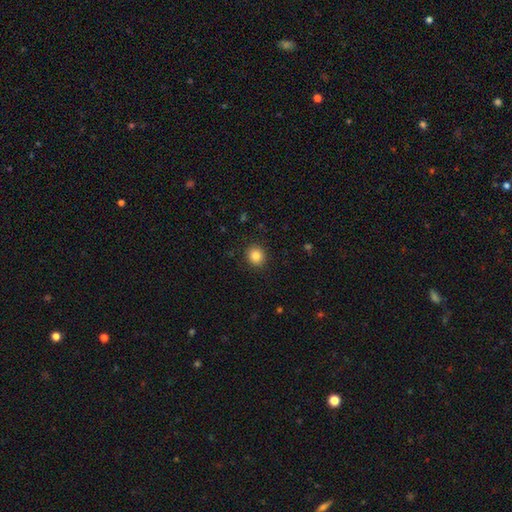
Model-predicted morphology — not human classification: type=smooth (85%); roundness=round (86%); merging=none (91%).